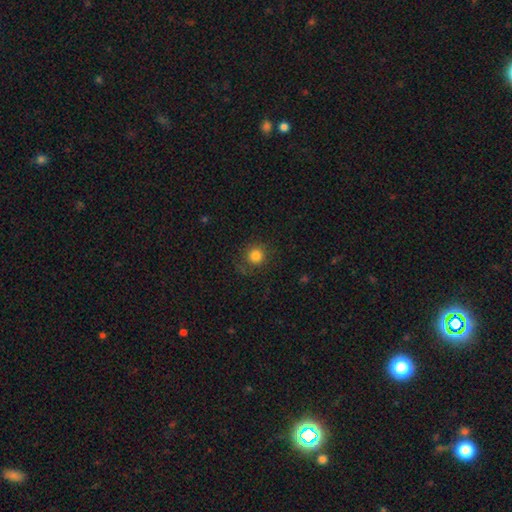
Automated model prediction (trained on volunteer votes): Smooth or featured? Predicted: smooth (p=0.82). How rounded? Predicted: round (p=0.93). Merging? Predicted: none (p=0.81).